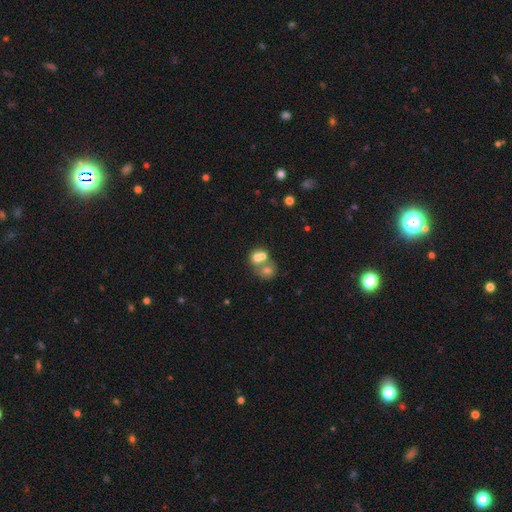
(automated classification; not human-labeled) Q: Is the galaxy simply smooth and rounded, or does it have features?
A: smooth — 59%.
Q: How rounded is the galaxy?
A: round — 65%.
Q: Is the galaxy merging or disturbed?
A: merger — 64%.